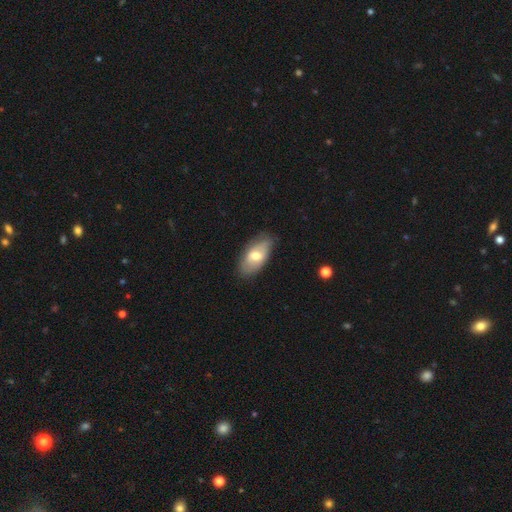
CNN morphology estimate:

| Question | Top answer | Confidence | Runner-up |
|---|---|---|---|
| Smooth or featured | smooth | 59% | featured or disk (35%) |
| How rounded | in between | 92% | cigar-shaped (4%) |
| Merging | none | 75% | minor disturbance (20%) |